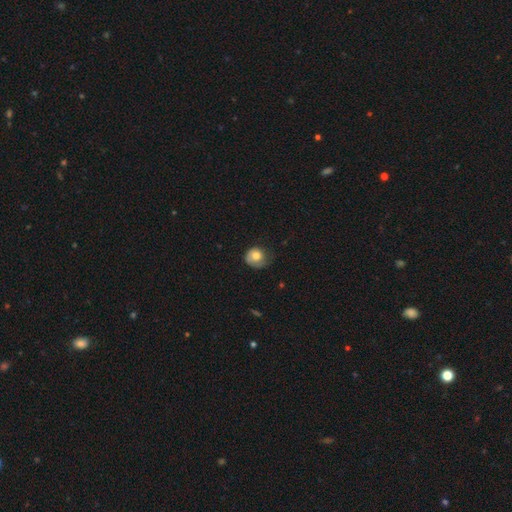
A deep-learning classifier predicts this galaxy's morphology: This appears to be a smooth galaxy with no disk features (69%) that is round (76%). Merging: none (47%).